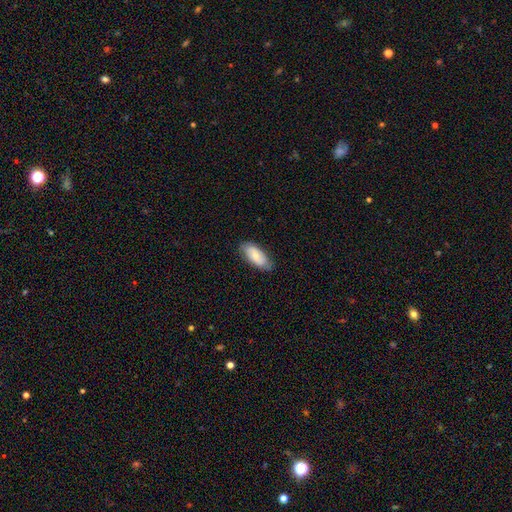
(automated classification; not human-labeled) This appears to be a smooth galaxy with no disk features (64%) that is in between round and cigar-shaped (89%). Merging: none (80%).